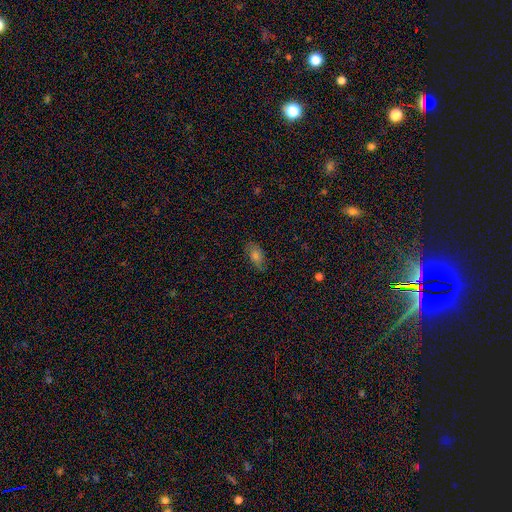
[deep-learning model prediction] smooth 66%, featured or disk 18%, star or artifact 16%. Down the decision tree: how rounded — in between (86%); merging — none (76%).